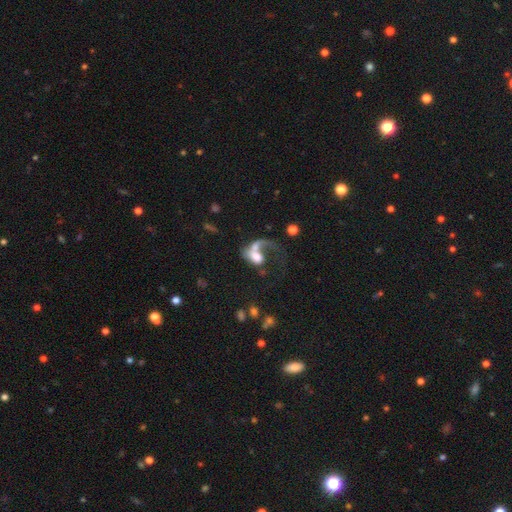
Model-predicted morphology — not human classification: Q: Smooth or featured?
A: featured or disk (51%); runner-up: smooth (39%)
Q: Edge-on disk?
A: no (96%); runner-up: yes (4%)
Q: Merging?
A: major disturbance (42%); runner-up: merger (31%)